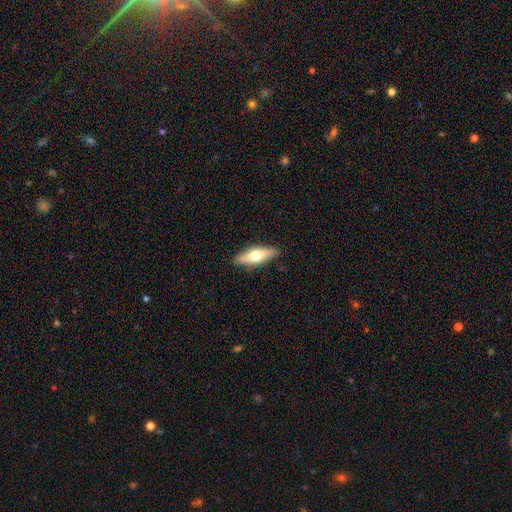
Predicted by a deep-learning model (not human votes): Morphology: type=smooth (52%); roundness=in between (50%); merging=none (89%).